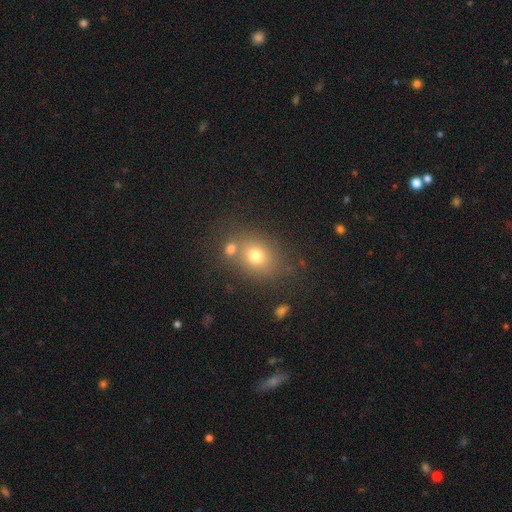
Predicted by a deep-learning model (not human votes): Q: Smooth or featured?
A: smooth (71%); runner-up: star or artifact (15%)
Q: How rounded?
A: round (52%); runner-up: in between (47%)
Q: Merging?
A: none (62%); runner-up: merger (22%)